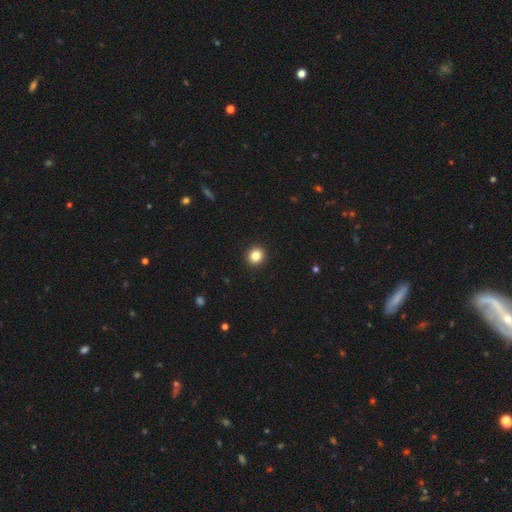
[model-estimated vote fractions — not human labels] The model was most divided on "how rounded": round: 85%, in between: 14%, cigar-shaped: 1%. More confident: merging — none (93%); smooth or featured — smooth (84%).